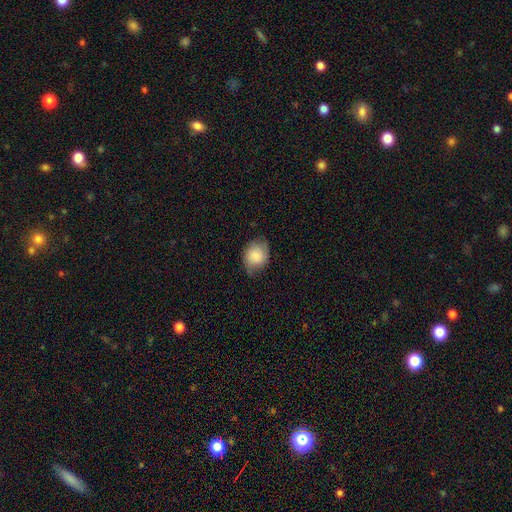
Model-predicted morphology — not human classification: smooth_or_featured: smooth (p=0.75) [alt: featured or disk p=0.17]
how_rounded: round (p=0.53) [alt: in between p=0.46]
merging: none (p=0.63) [alt: minor disturbance p=0.28]